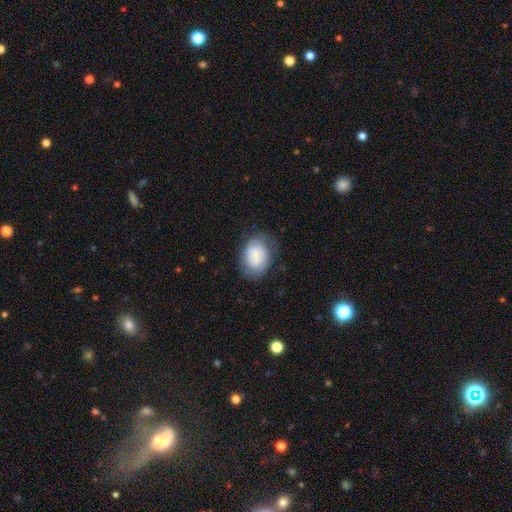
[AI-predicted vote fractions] A smooth galaxy with no disk features (71%) that is in between round and cigar-shaped (69%).

Vote fractions:
- Smooth or featured? smooth: 71% / featured or disk: 22% / star or artifact: 8%
- How rounded? in between: 69% / round: 30% / cigar-shaped: 1%
- Merging? none: 63% / minor disturbance: 25% / major disturbance: 11% / merger: 2%